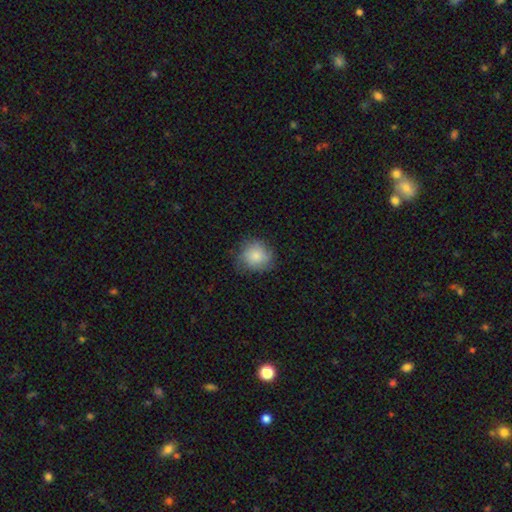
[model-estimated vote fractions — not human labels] smooth_or_featured: smooth (p=0.77) [alt: featured or disk p=0.15]
how_rounded: round (p=0.83) [alt: in between p=0.16]
merging: none (p=0.71) [alt: minor disturbance p=0.21]